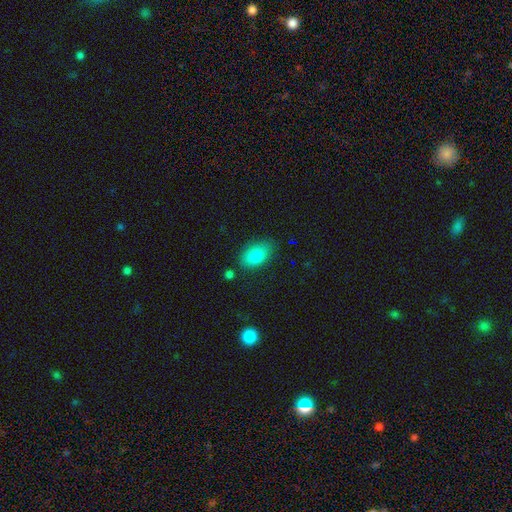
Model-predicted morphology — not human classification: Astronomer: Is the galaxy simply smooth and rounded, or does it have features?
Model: smooth — 83%.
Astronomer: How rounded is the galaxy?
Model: in between — 88%.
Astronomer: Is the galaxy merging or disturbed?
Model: none — 77%.